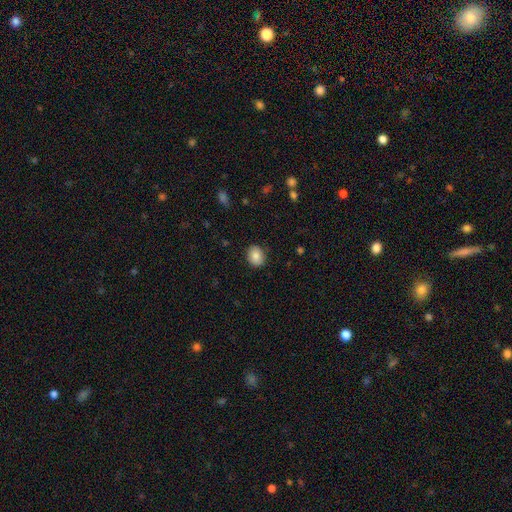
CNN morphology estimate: smooth-or-featured: smooth: 84% | star or artifact: 8% | featured or disk: 8%
  how-rounded: round: 61% | in between: 38% | cigar-shaped: 1%
  merging: none: 86% | minor disturbance: 10% | major disturbance: 2% | merger: 1%